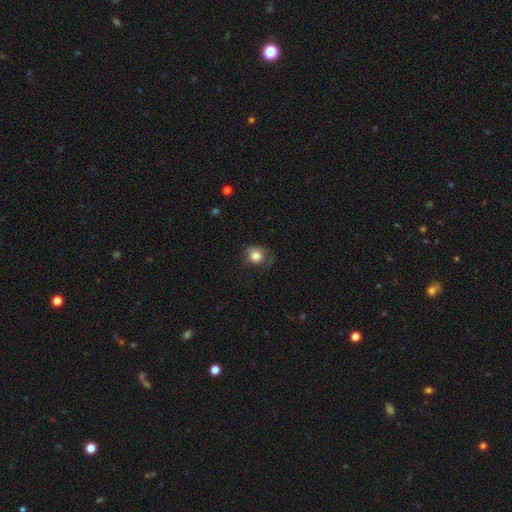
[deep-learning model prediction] A smooth galaxy with no disk features (82%) that is round (75%).

Vote fractions:
- Smooth or featured? smooth: 82% / star or artifact: 9% / featured or disk: 9%
- How rounded? round: 75% / in between: 24% / cigar-shaped: 1%
- Merging? none: 62% / minor disturbance: 25% / major disturbance: 11% / merger: 1%